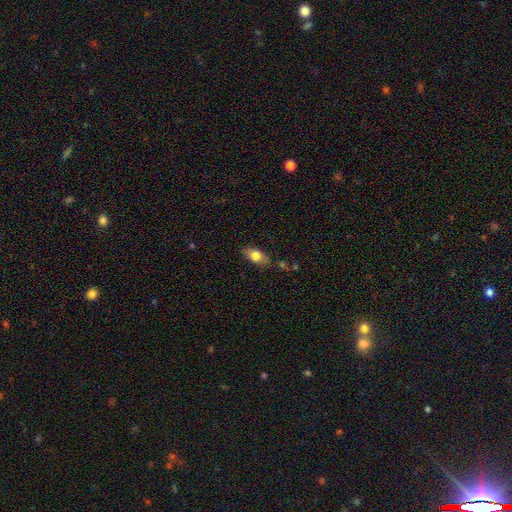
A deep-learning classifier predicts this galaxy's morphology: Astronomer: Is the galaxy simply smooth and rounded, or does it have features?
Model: smooth — 76%.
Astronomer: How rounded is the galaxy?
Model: in between — 83%.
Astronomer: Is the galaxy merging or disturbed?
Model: none — 71%.